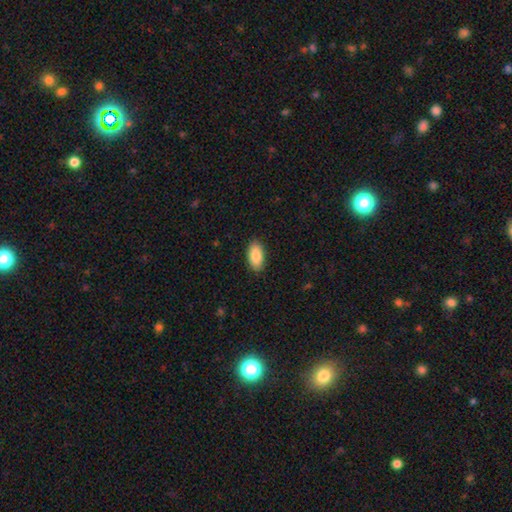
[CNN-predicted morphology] A smooth galaxy with no disk features (88%) that is in between round and cigar-shaped (93%).

Vote fractions:
- Smooth or featured? smooth: 88% / star or artifact: 6% / featured or disk: 6%
- How rounded? in between: 93% / cigar-shaped: 4% / round: 3%
- Merging? none: 88% / minor disturbance: 9% / major disturbance: 2% / merger: 1%